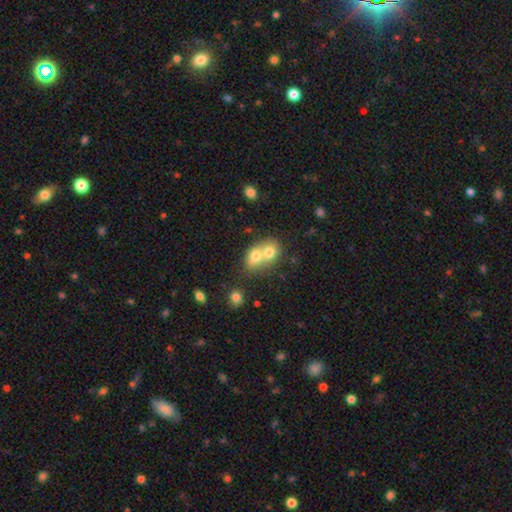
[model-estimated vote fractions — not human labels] Q: Smooth or featured?
A: smooth (70%); runner-up: featured or disk (21%)
Q: How rounded?
A: round (53%); runner-up: in between (45%)
Q: Merging?
A: merger (73%); runner-up: none (19%)